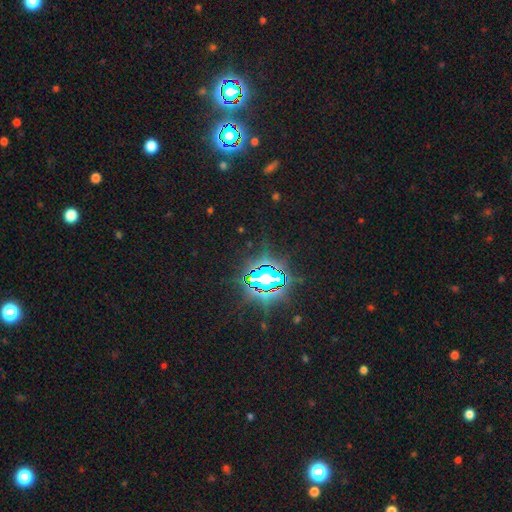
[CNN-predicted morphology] A star or artifact, not a galaxy (84%).